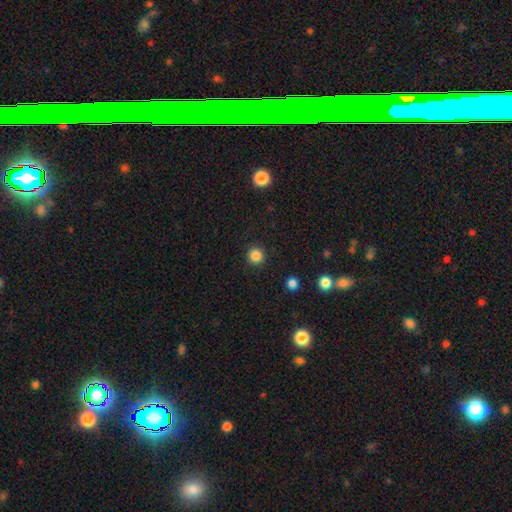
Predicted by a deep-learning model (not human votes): Q: Smooth or featured?
A: smooth (85%); runner-up: star or artifact (12%)
Q: How rounded?
A: round (95%); runner-up: in between (4%)
Q: Merging?
A: none (92%); runner-up: minor disturbance (5%)